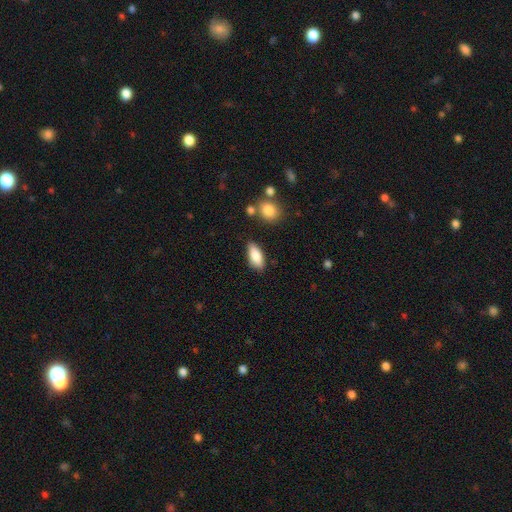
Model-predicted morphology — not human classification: smooth_or_featured: smooth (p=0.84) [alt: featured or disk p=0.09]
how_rounded: in between (p=0.82) [alt: cigar-shaped p=0.15]
merging: none (p=0.83) [alt: minor disturbance p=0.12]